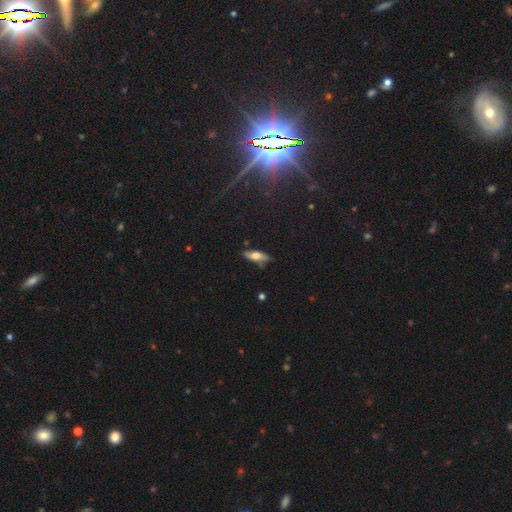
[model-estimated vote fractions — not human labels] Morphology: type=smooth (61%); roundness=in between (58%); merging=none (72%).